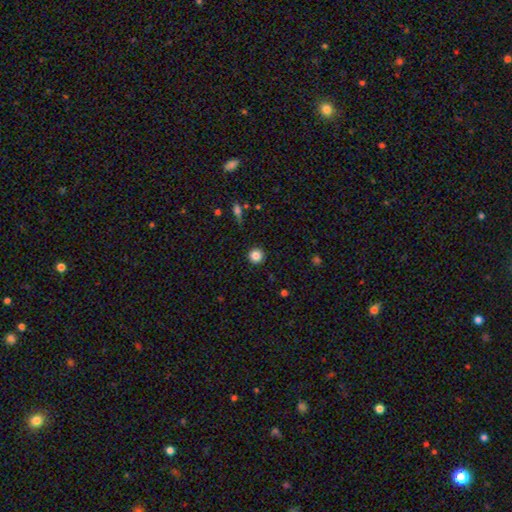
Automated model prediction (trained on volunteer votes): The model was most divided on "smooth or featured": smooth: 84%, star or artifact: 11%, featured or disk: 5%. More confident: how rounded — round (95%); merging — none (92%).